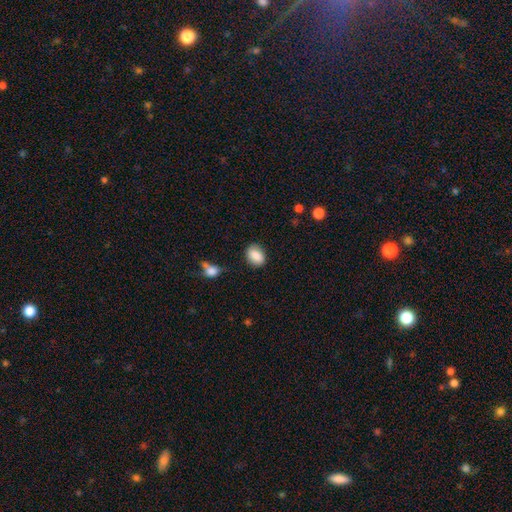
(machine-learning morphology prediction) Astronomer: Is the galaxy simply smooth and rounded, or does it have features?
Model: smooth — 85%.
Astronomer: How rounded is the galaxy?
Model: in between — 68%.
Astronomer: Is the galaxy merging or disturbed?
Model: none — 81%.